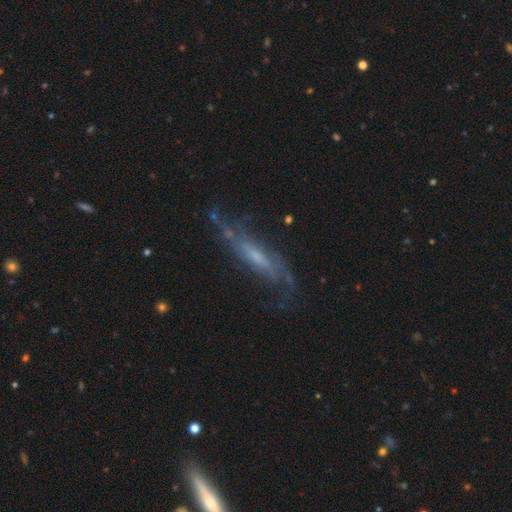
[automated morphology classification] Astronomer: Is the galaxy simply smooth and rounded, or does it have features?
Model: featured or disk — 75%.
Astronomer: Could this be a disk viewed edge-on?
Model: no — 64%.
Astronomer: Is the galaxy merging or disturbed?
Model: none — 61%.